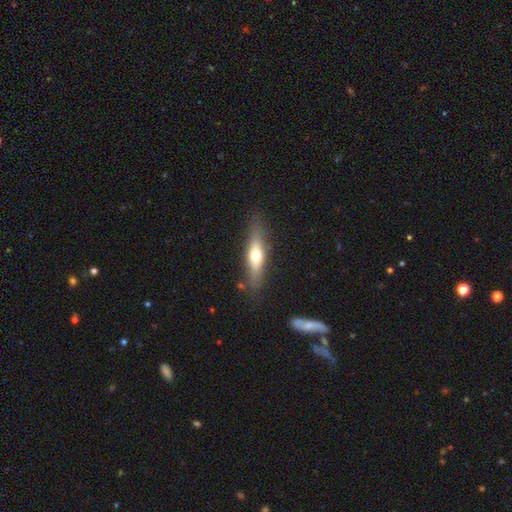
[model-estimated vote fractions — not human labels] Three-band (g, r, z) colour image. It shows a smooth galaxy with no disk features (52%) that is cigar-shaped (71%). Merging: none (81%).